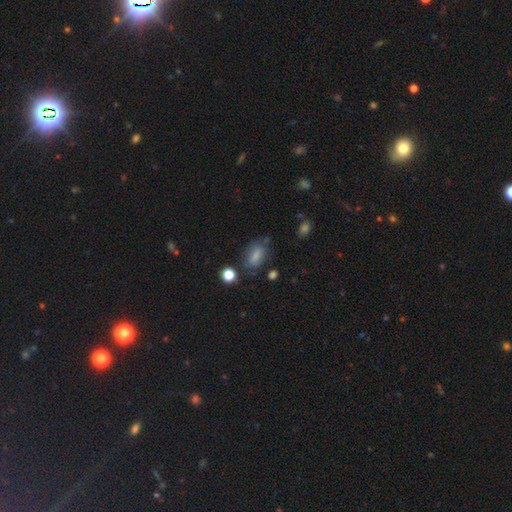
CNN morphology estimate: Smooth or featured?
  - smooth: 79% *
  - featured or disk: 11%
  - star or artifact: 10%
How rounded?
  - in between: 86% *
  - round: 8%
  - cigar-shaped: 5%
Merging?
  - none: 64% *
  - minor disturbance: 23%
  - major disturbance: 8%
  - merger: 5%